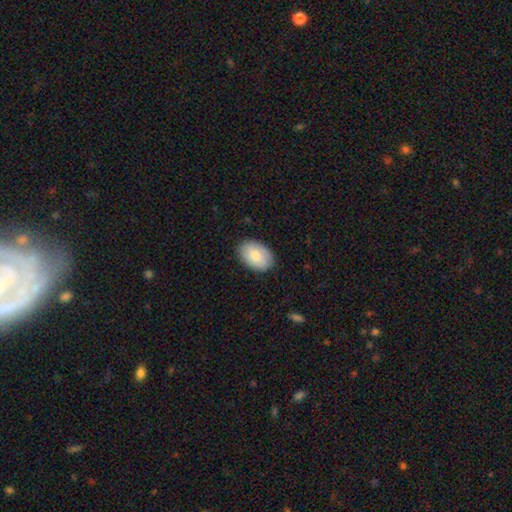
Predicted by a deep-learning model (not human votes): smooth 83%, featured or disk 12%, star or artifact 6%. Down the decision tree: how rounded — in between (88%); merging — none (87%).